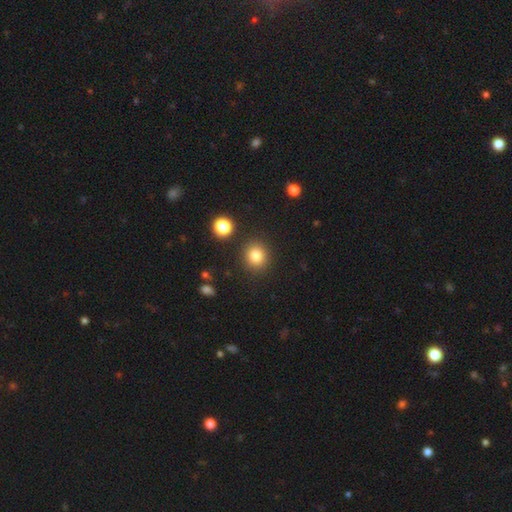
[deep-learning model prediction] Smooth or featured?
  - smooth: 82% *
  - star or artifact: 12%
  - featured or disk: 6%
How rounded?
  - round: 85% *
  - in between: 14%
  - cigar-shaped: 1%
Merging?
  - none: 87% *
  - minor disturbance: 7%
  - merger: 3%
  - major disturbance: 3%